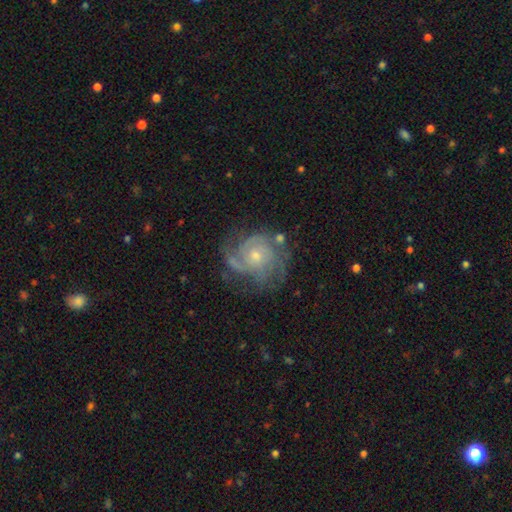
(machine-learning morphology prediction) Smooth or featured: featured or disk — 85% (smooth — 9%)
Edge-on disk: no — 98% (yes — 2%)
Bar: no — 77% (weak — 20%)
Spiral arms: yes — 94% (no — 6%)
Spiral winding: tight — 59% (medium — 32%)
Spiral arm count: can't tell — 28% (3 — 27%)
Bulge size: small — 55% (moderate — 40%)
Merging: none — 62% (minor disturbance — 20%)